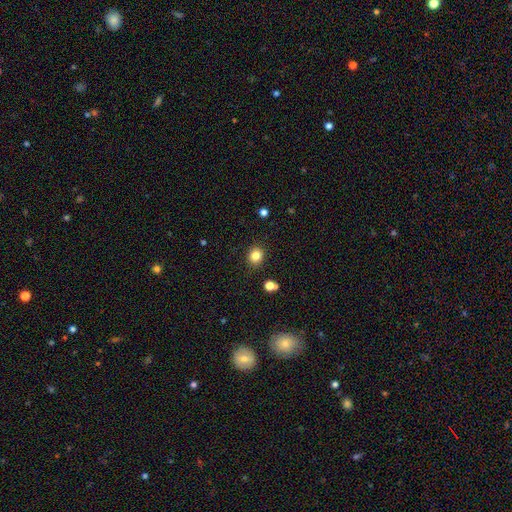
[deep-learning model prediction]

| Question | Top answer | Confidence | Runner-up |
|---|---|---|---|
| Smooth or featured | smooth | 82% | star or artifact (12%) |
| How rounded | round | 77% | in between (22%) |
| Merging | none | 89% | minor disturbance (7%) |